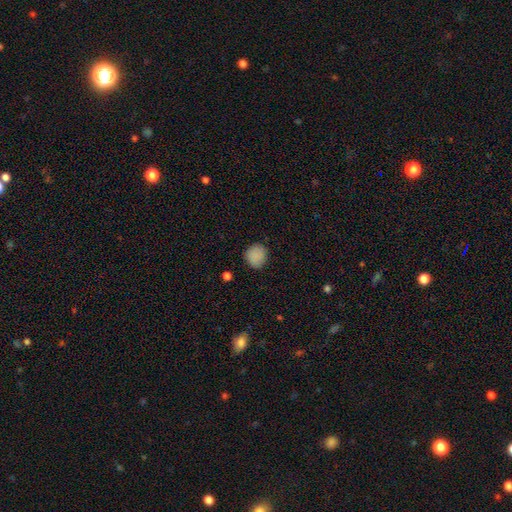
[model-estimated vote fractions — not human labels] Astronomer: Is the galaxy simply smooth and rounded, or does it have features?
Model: smooth — 87%.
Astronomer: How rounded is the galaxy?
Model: round — 82%.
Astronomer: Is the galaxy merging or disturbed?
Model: none — 85%.